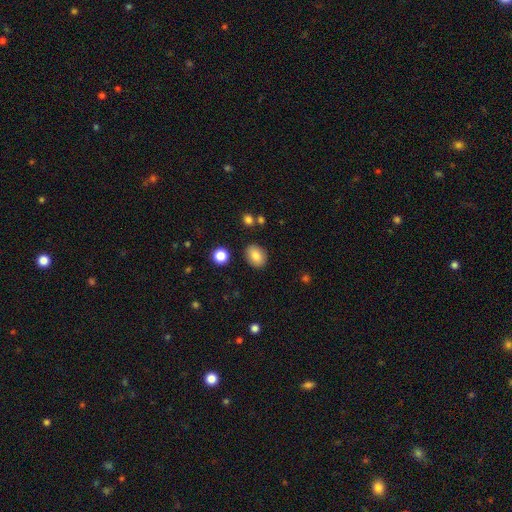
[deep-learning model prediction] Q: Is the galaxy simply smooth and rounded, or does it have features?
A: smooth — 85%.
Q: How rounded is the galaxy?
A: in between — 67%.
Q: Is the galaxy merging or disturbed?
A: none — 86%.